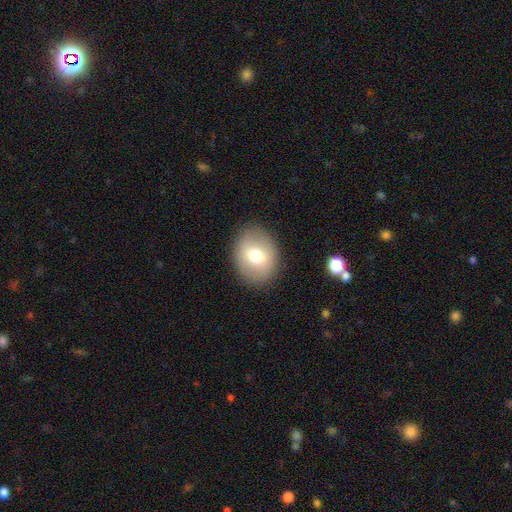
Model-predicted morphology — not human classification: smooth 68%, featured or disk 24%, star or artifact 9%. Down the decision tree: how rounded — in between (51%); merging — none (87%).